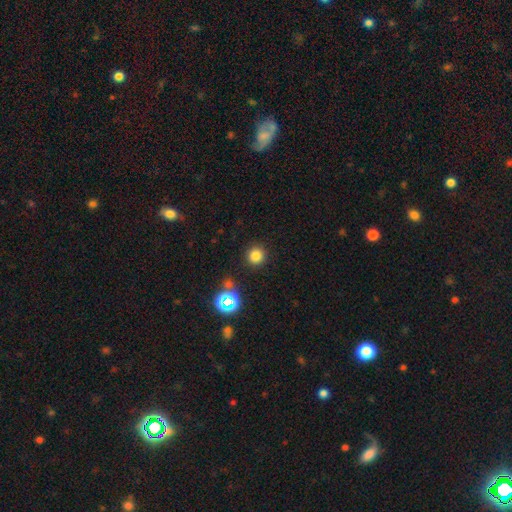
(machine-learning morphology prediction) A smooth galaxy with no disk features (78%) that is round (94%). Merging: none (89%).